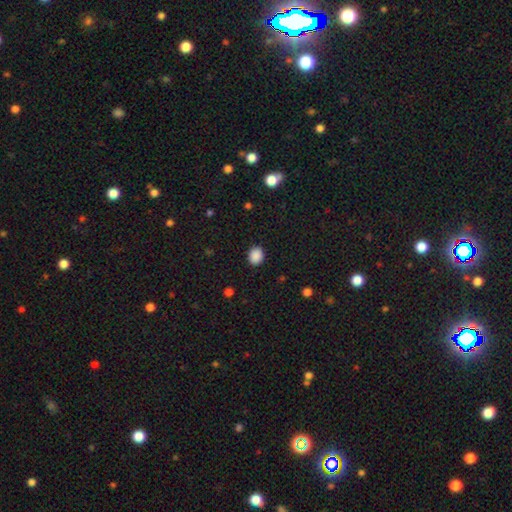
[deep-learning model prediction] smooth 89%, star or artifact 9%, featured or disk 2%. Down the decision tree: how rounded — round (51%); merging — none (90%).